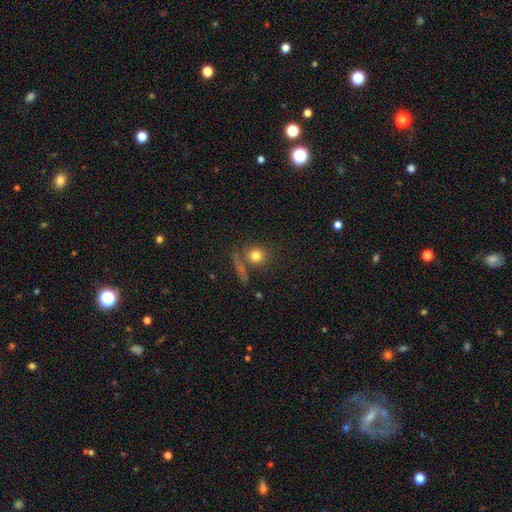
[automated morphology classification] Q: Smooth or featured?
A: smooth (78%); runner-up: star or artifact (13%)
Q: How rounded?
A: round (85%); runner-up: in between (13%)
Q: Merging?
A: none (69%); runner-up: merger (15%)